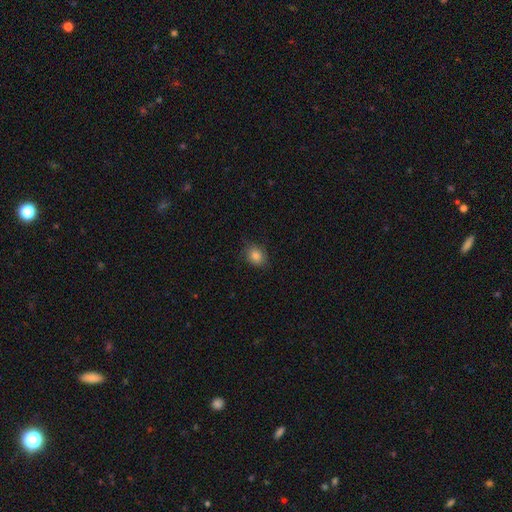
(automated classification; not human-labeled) Smooth or featured? smooth (83%)
How rounded? round (52%)
Merging? none (80%)